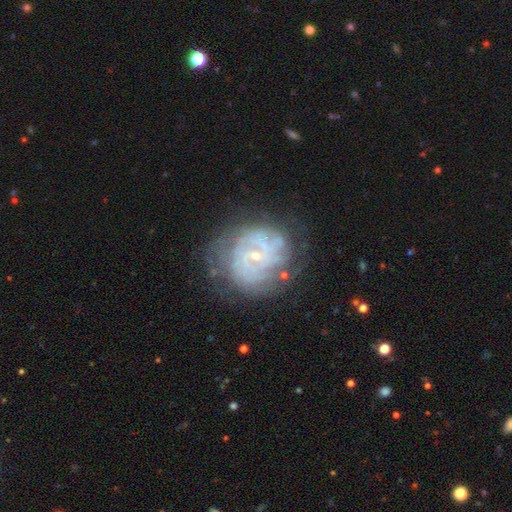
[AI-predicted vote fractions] A featured or disk galaxy (80%) with no bar (57%), tight (69%) spiral arms (88%) and a small central bulge (82%). Merging: none (70%).